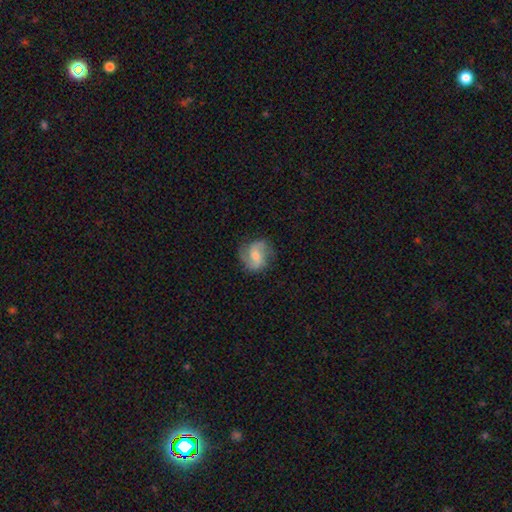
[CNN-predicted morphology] This appears to be a featured or disk galaxy (73%) with a weak bar (48%), 2 (86%) medium (48%) spiral arms (95%) and a moderate central bulge (46%). Merging: none (78%).